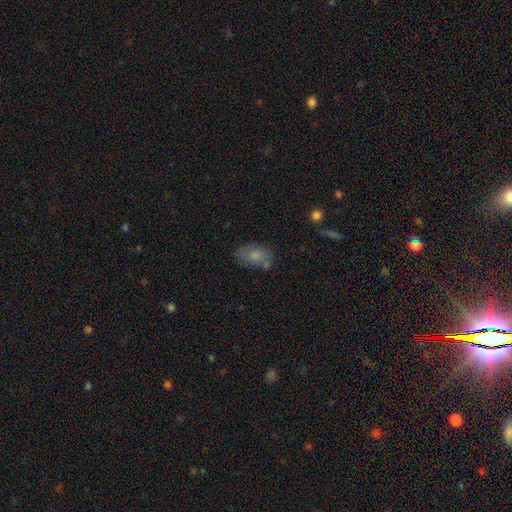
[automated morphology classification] Smooth or featured? smooth (75%)
How rounded? in between (87%)
Merging? none (60%)